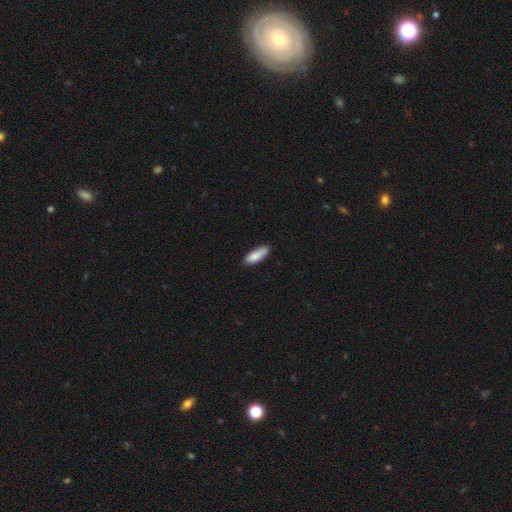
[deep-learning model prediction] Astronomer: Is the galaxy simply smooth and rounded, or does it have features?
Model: smooth — 85%.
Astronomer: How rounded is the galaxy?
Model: in between — 62%.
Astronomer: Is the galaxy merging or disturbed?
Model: none — 76%.